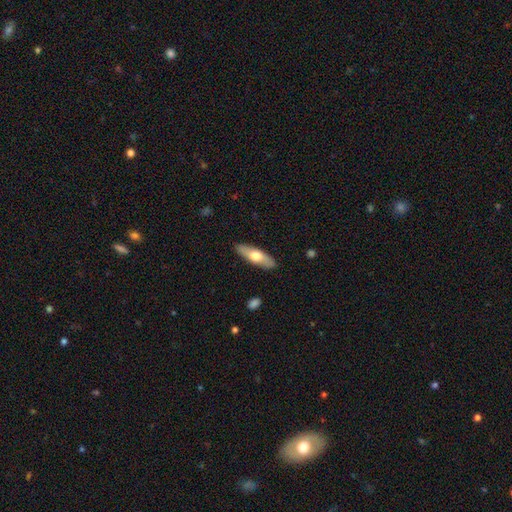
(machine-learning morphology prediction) Smooth or featured? Predicted: smooth (p=0.59). How rounded? Predicted: in between (p=0.50). Merging? Predicted: none (p=0.89).